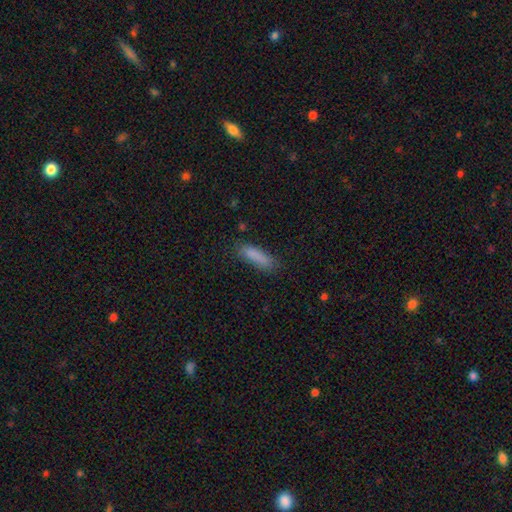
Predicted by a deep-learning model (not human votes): Morphology: type=smooth (86%); roundness=cigar-shaped (57%); merging=none (75%).